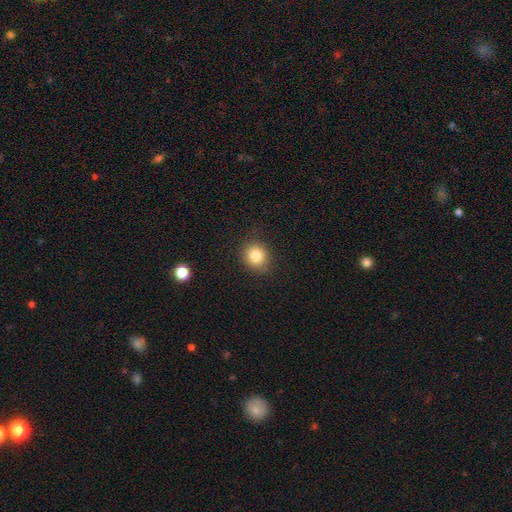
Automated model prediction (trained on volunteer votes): Smooth or featured: smooth — 81% (star or artifact — 11%)
How rounded: round — 84% (in between — 15%)
Merging: none — 85% (minor disturbance — 10%)